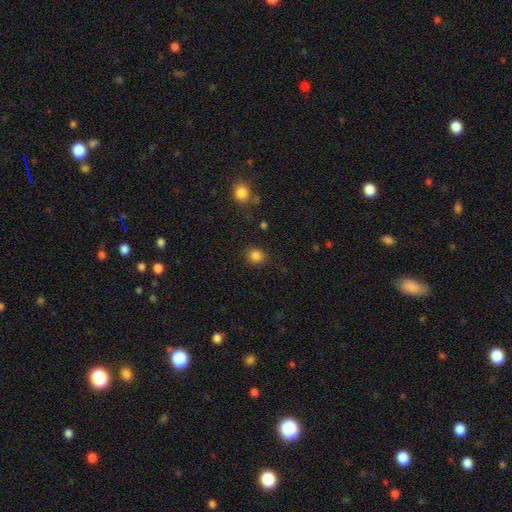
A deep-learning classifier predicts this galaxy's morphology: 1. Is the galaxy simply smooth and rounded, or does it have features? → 84% smooth, 12% star or artifact, 4% featured or disk.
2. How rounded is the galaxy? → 83% round, 16% in between, 1% cigar-shaped.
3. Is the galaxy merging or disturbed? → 86% none, 9% minor disturbance, 3% major disturbance, 2% merger.